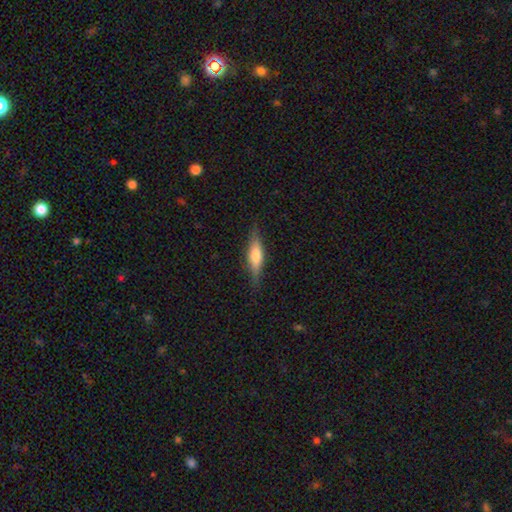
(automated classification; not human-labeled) The model was most divided on "smooth or featured": smooth: 52%, featured or disk: 42%, star or artifact: 6%. More confident: merging — none (83%); how rounded — cigar-shaped (67%).